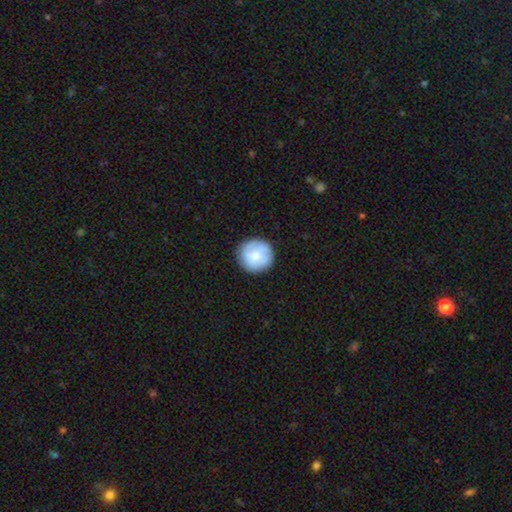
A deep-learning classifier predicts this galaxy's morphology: Smooth or featured?
  - smooth: 68% *
  - featured or disk: 26%
  - star or artifact: 6%
How rounded?
  - round: 95% *
  - in between: 4%
  - cigar-shaped: 1%
Merging?
  - none: 85% *
  - minor disturbance: 11%
  - major disturbance: 3%
  - merger: 1%